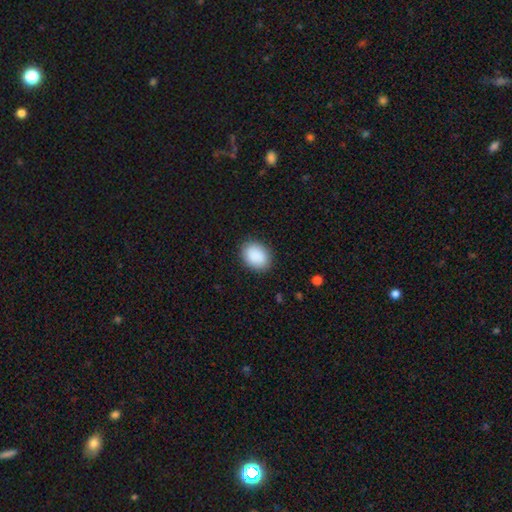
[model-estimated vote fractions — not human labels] This appears to be a smooth galaxy with no disk features (90%) that is in between round and cigar-shaped (68%). Merging: none (88%).